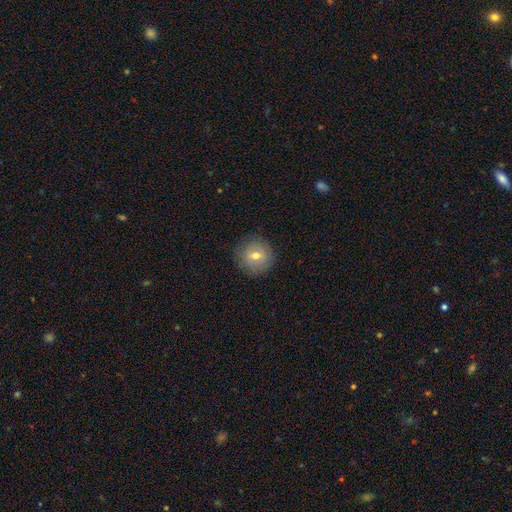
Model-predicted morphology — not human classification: This appears to be a smooth galaxy with no disk features (64%) that is round (92%). Merging: none (86%).